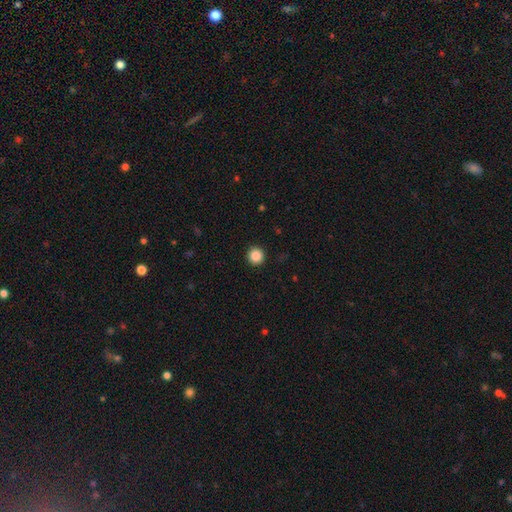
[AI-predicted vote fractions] Smooth or featured? smooth (87%)
How rounded? round (95%)
Merging? none (93%)